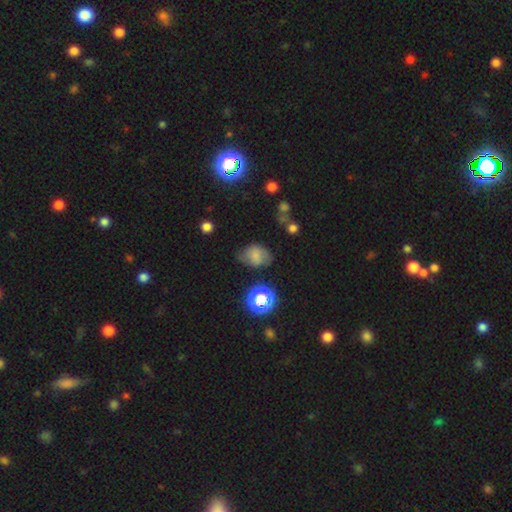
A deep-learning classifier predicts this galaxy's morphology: smooth 66%, featured or disk 19%, star or artifact 15%. Down the decision tree: how rounded — in between (59%); merging — none (54%).